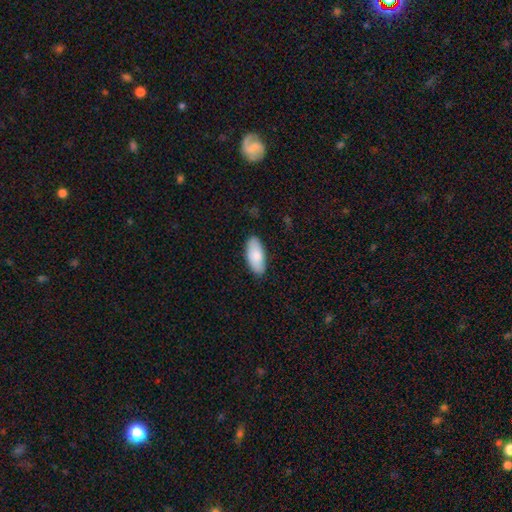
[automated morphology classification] Smooth or featured: smooth — 84% (featured or disk — 10%)
How rounded: in between — 89% (cigar-shaped — 10%)
Merging: none — 85% (minor disturbance — 11%)